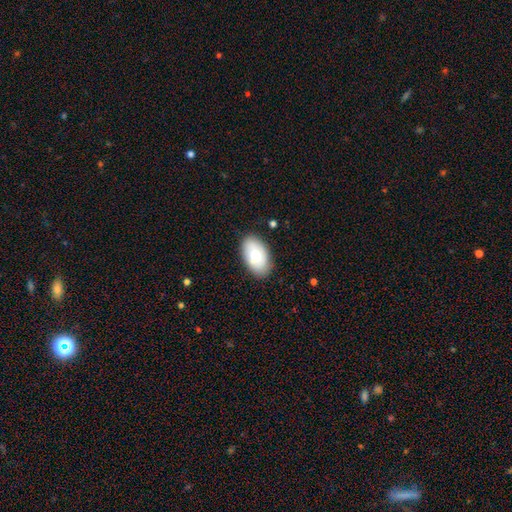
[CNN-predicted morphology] A smooth galaxy with no disk features (63%) that is in between round and cigar-shaped (92%). Merging: none (83%).